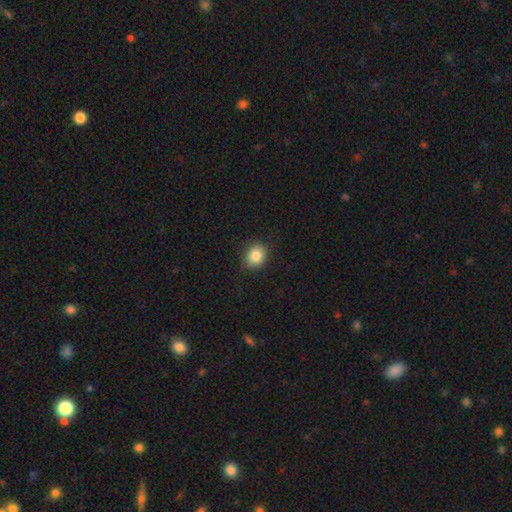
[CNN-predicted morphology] type=smooth (86%); roundness=round (68%); merging=none (87%).